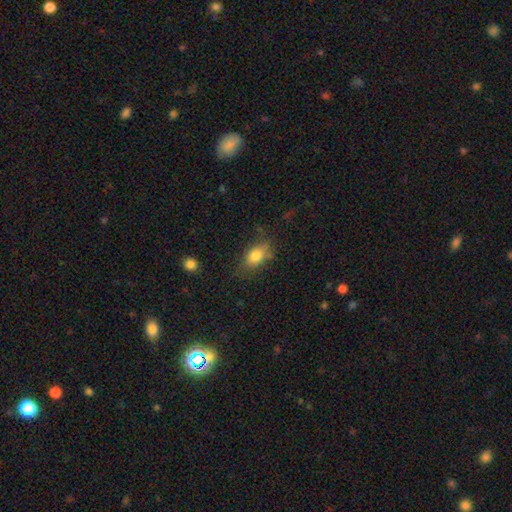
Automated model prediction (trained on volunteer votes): This is likely a smooth galaxy (78%). How rounded: clearly in between (82%). Merging: likely none (65%).